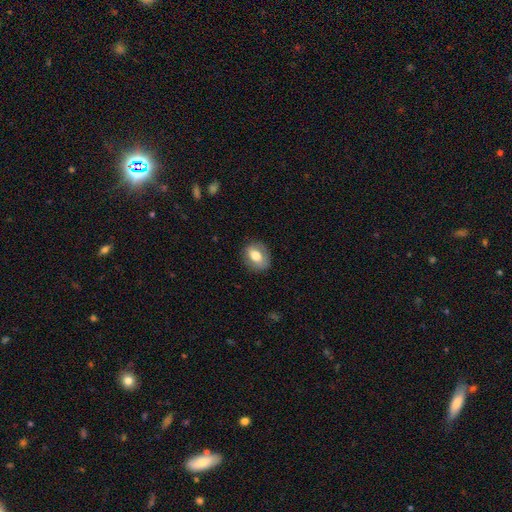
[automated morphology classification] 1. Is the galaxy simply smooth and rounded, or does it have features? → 68% smooth, 24% featured or disk, 8% star or artifact.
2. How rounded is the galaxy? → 61% in between, 38% round, 1% cigar-shaped.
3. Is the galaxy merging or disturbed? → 82% none, 13% minor disturbance, 4% major disturbance, 1% merger.